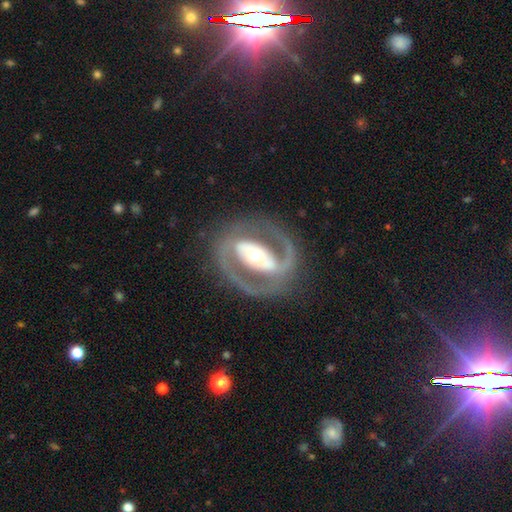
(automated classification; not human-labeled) Smooth or featured?
  - featured or disk: 87% *
  - smooth: 8%
  - star or artifact: 5%
Edge-on disk?
  - no: 96% *
  - yes: 4%
Bar?
  - strong: 55% *
  - weak: 23%
  - no: 22%
Spiral arms?
  - yes: 86% *
  - no: 14%
Spiral winding?
  - medium: 50% *
  - tight: 36%
  - loose: 15%
Spiral arm count?
  - 2: 88% *
  - 1: 4%
  - can't tell: 4%
  - 3: 2%
  - 4: 1%
  - more than 4: 1%
Bulge size?
  - moderate: 63% *
  - small: 22%
  - large: 12%
  - dominant: 2%
  - none: 1%
Merging?
  - none: 79% *
  - minor disturbance: 12%
  - major disturbance: 8%
  - merger: 1%